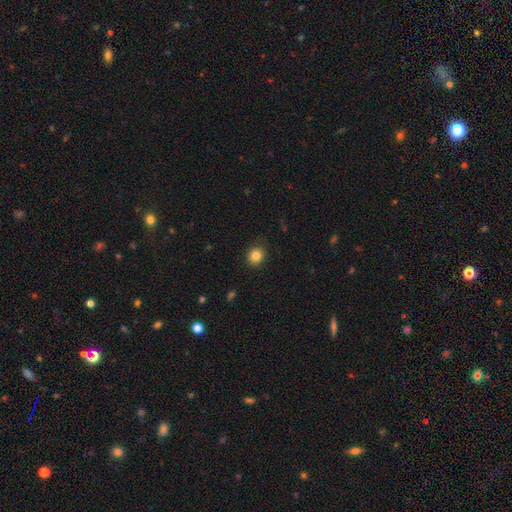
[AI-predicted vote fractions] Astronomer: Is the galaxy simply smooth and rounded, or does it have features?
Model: smooth — 83%.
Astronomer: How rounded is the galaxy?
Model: round — 78%.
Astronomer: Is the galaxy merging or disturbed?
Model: none — 86%.